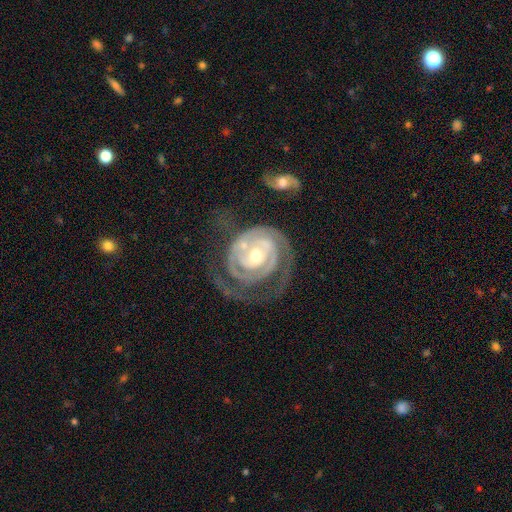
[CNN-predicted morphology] smooth_or_featured: featured or disk (p=0.90) [alt: smooth p=0.06]
disk_edge_on: no (p=0.97) [alt: yes p=0.03]
bar: no (p=0.54) [alt: weak p=0.32]
has_spiral_arms: yes (p=0.96) [alt: no p=0.04]
spiral_winding: tight (p=0.76) [alt: medium p=0.19]
spiral_arm_count: 2 (p=0.49) [alt: can't tell p=0.16]
bulge_size: moderate (p=0.59) [alt: small p=0.36]
merging: none (p=0.49) [alt: major disturbance p=0.22]